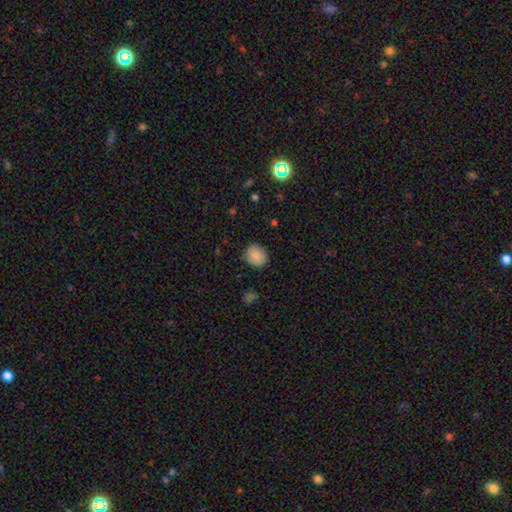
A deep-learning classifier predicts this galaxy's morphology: smooth-or-featured: smooth: 87% | star or artifact: 8% | featured or disk: 5%
  how-rounded: round: 59% | in between: 40% | cigar-shaped: 1%
  merging: none: 84% | minor disturbance: 12% | major disturbance: 3% | merger: 1%